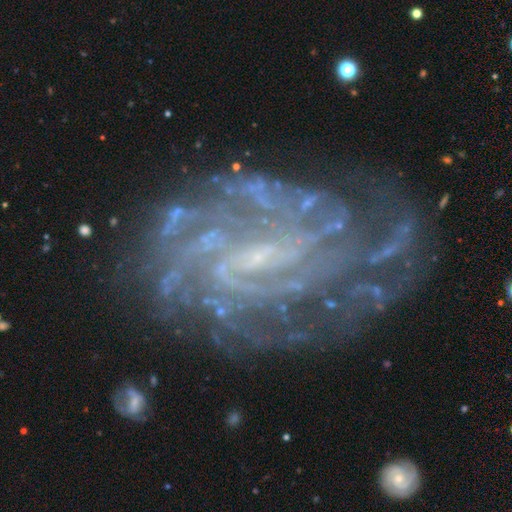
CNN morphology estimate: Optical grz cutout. It shows a featured or disk galaxy (87%) with a weak bar (51%), tight (66%) spiral arms (96%) and a small central bulge (67%). Merging: none (72%).